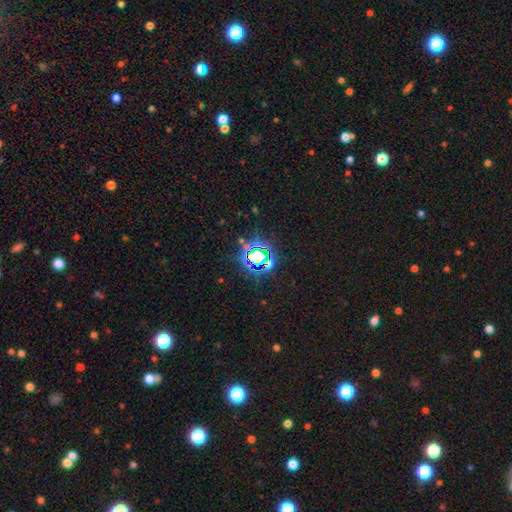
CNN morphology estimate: Q: Smooth or featured?
A: star or artifact (75%); runner-up: smooth (15%)